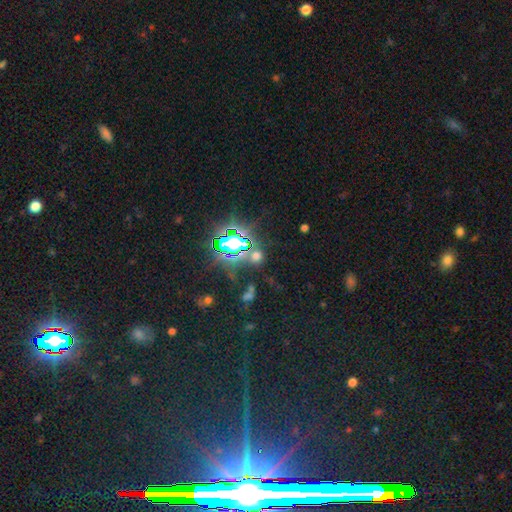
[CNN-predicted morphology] The model was most divided on "smooth or featured": star or artifact: 57%, smooth: 35%, featured or disk: 8%.